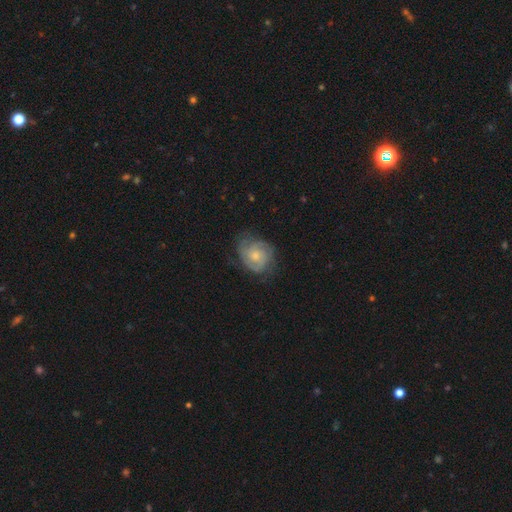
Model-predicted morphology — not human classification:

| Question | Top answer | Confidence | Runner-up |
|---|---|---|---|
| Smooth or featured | featured or disk | 74% | smooth (20%) |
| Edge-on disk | no | 98% | yes (2%) |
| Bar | no | 74% | weak (23%) |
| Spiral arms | yes | 93% | no (7%) |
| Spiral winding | tight | 59% | medium (33%) |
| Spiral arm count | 2 | 31% | can't tell (28%) |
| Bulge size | moderate | 47% | small (45%) |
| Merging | none | 68% | minor disturbance (22%) |